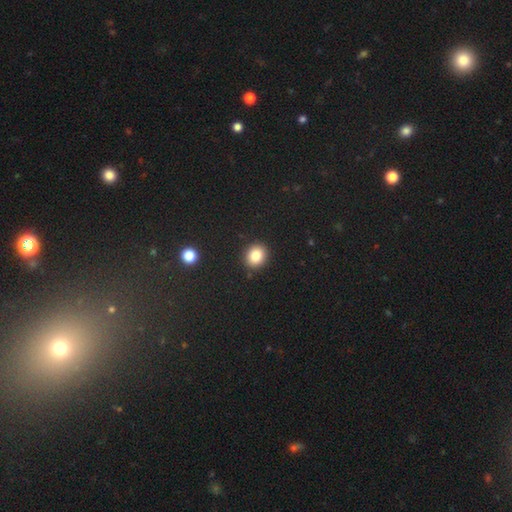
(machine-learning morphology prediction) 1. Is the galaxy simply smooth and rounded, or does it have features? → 84% smooth, 11% star or artifact, 5% featured or disk.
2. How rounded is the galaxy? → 74% round, 25% in between, 1% cigar-shaped.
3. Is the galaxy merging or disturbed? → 90% none, 7% minor disturbance, 2% major disturbance, 2% merger.